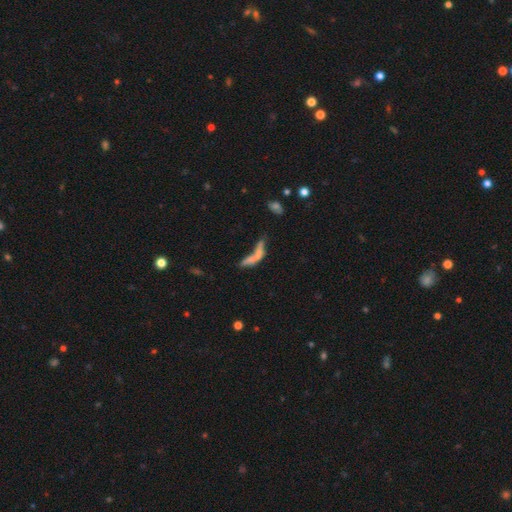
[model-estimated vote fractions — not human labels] Overall: smooth (53%; featured or disk 32%). How rounded: cigar-shaped (51%; in between 44%). Merging: merger (41%; major disturbance 26%).